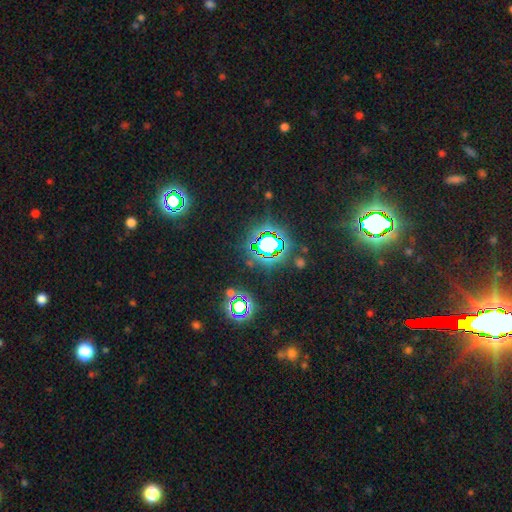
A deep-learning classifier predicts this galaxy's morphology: The model was most divided on "smooth or featured": star or artifact: 80%, smooth: 12%, featured or disk: 8%.